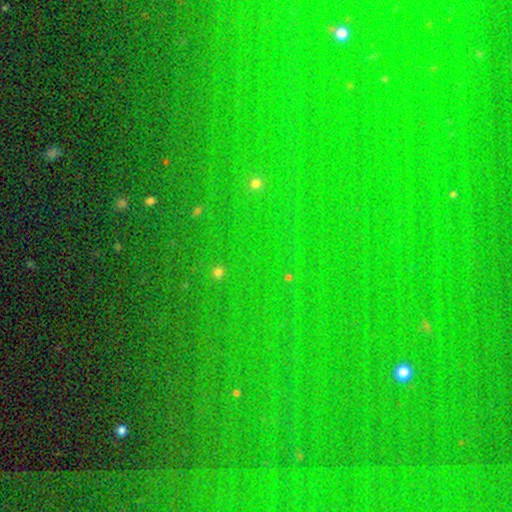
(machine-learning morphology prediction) smooth_or_featured: star or artifact (p=0.82) [alt: smooth p=0.11]